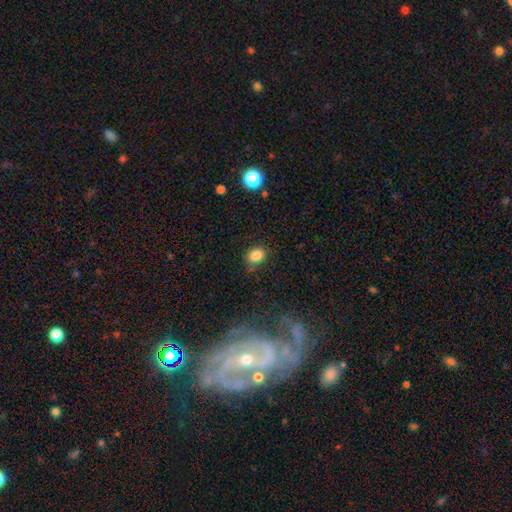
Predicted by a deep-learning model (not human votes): Smooth or featured? smooth (85%)
How rounded? in between (54%)
Merging? none (78%)